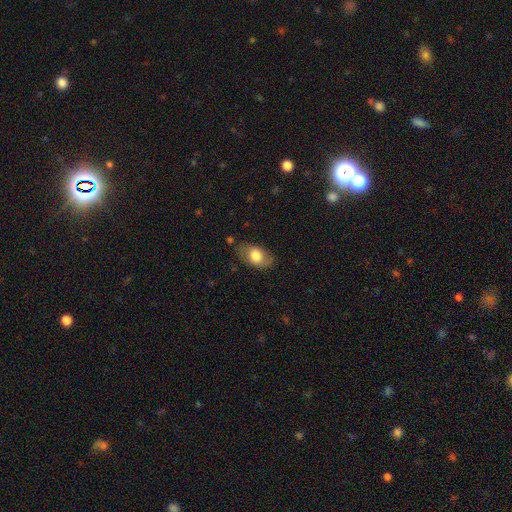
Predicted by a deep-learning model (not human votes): A smooth galaxy with no disk features (71%) that is in between round and cigar-shaped (90%). Merging: none (75%).